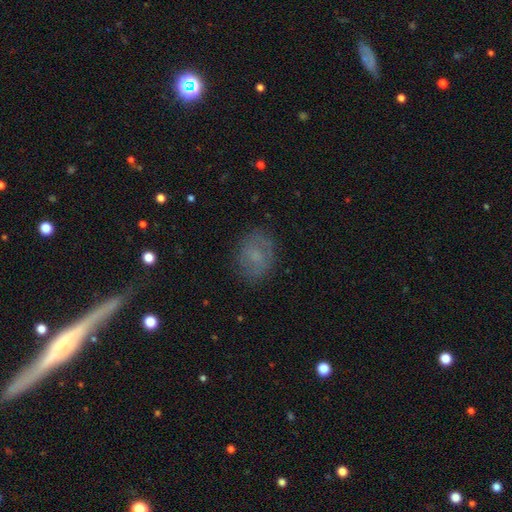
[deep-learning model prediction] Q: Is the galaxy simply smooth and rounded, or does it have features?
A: smooth — 56%.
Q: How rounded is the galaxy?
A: in between — 59%.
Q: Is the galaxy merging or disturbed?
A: none — 77%.